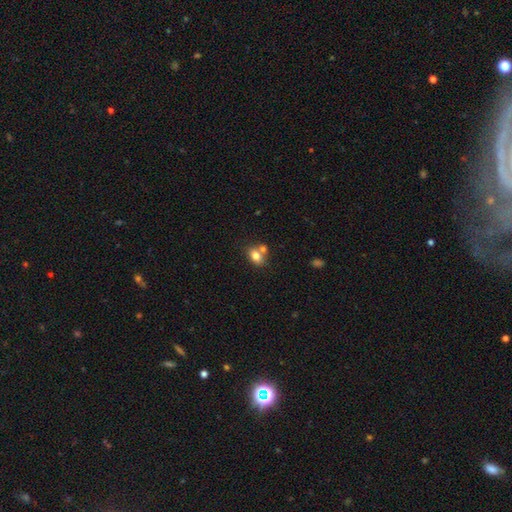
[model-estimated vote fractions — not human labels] Morphology: type=smooth (79%); roundness=in between (72%); merging=none (50%).